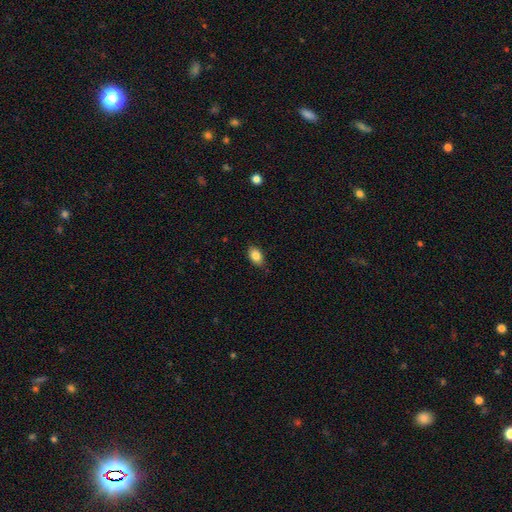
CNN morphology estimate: This appears to be a smooth galaxy with no disk features (85%) that is in between round and cigar-shaped (86%). Merging: none (81%).